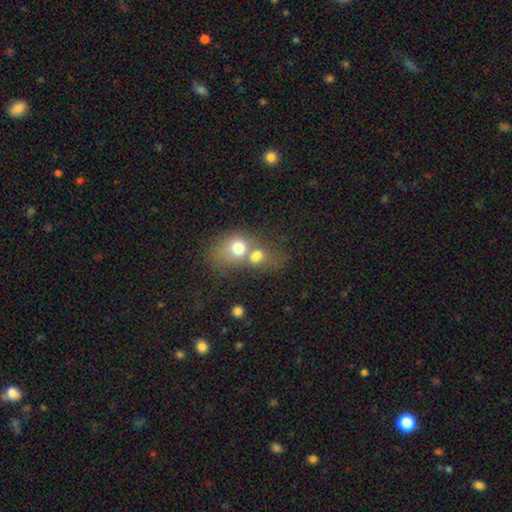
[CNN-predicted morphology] Overall: smooth (66%). How rounded: round (54%; in between 44%). Merging: merger (69%).